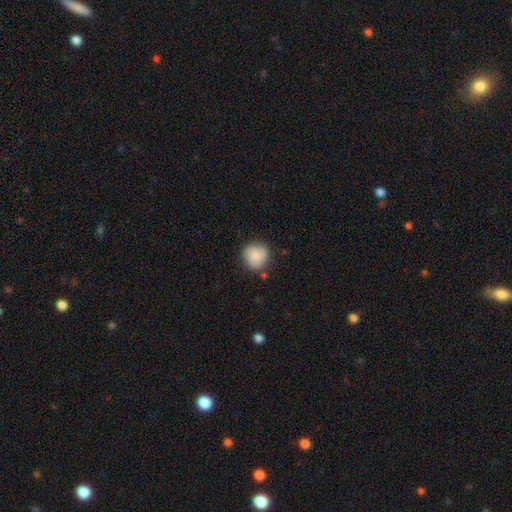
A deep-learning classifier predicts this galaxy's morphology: smooth_or_featured: smooth (p=0.80) [alt: featured or disk p=0.13]
how_rounded: round (p=0.91) [alt: in between p=0.08]
merging: none (p=0.77) [alt: minor disturbance p=0.16]